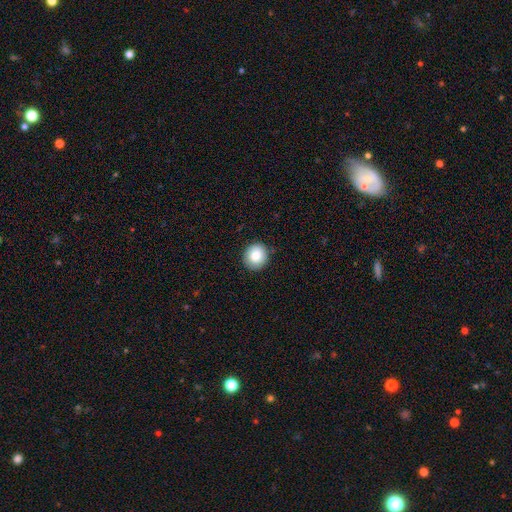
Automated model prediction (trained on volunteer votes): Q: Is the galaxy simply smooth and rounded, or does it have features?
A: smooth — 83%.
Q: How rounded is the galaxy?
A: round — 87%.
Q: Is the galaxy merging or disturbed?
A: none — 89%.